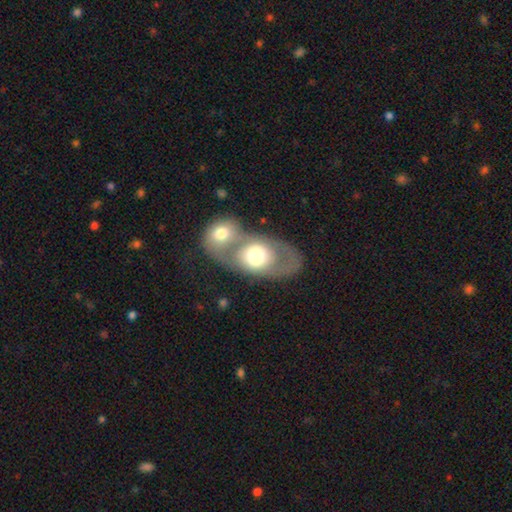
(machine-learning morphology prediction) Q: Smooth or featured?
A: smooth (52%); runner-up: featured or disk (42%)
Q: How rounded?
A: in between (79%); runner-up: round (19%)
Q: Merging?
A: merger (59%); runner-up: none (25%)